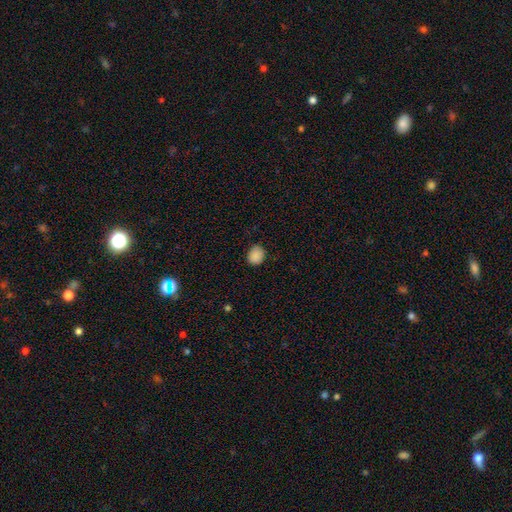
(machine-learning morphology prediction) This is clearly a smooth galaxy (88%). How rounded: possibly round (58%). Merging: clearly none (80%).